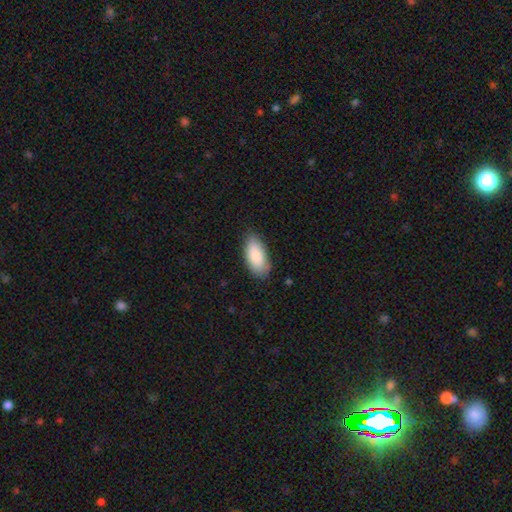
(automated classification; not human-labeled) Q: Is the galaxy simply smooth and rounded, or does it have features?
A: smooth — 88%.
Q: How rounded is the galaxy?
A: in between — 92%.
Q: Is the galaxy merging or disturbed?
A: none — 81%.